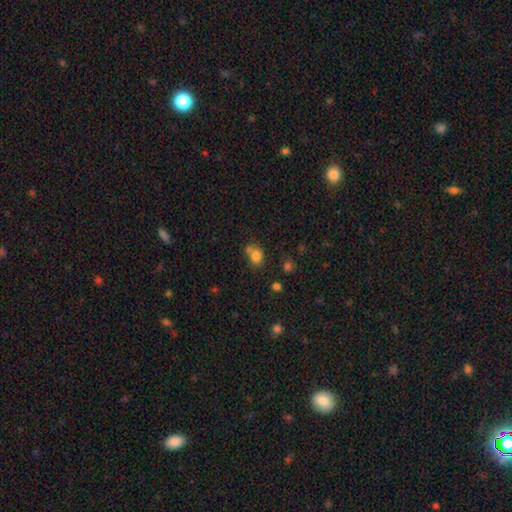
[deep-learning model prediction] A smooth galaxy with no disk features (78%) that is round (50%). Merging: none (48%).